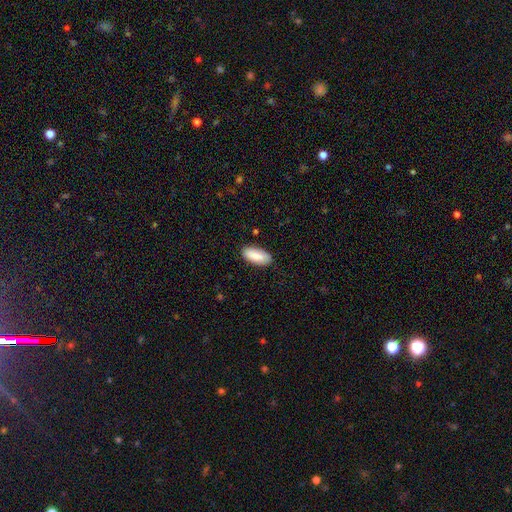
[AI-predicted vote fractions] This is clearly a smooth galaxy (86%). How rounded: clearly in between (88%). Merging: clearly none (86%).